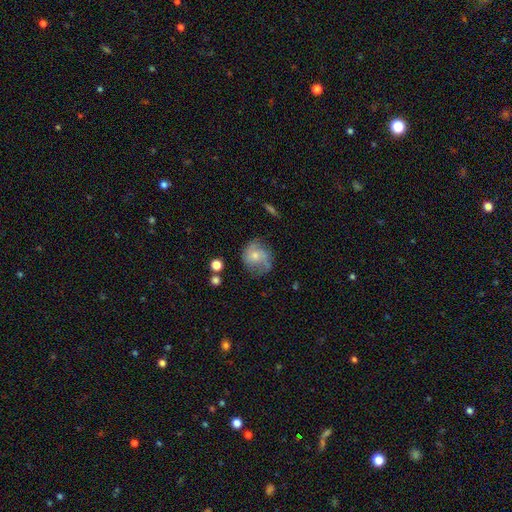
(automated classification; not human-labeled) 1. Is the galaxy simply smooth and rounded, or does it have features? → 52% smooth, 40% featured or disk, 9% star or artifact.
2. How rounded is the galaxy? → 74% round, 25% in between, 1% cigar-shaped.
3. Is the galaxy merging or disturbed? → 52% none, 28% minor disturbance, 16% major disturbance, 3% merger.